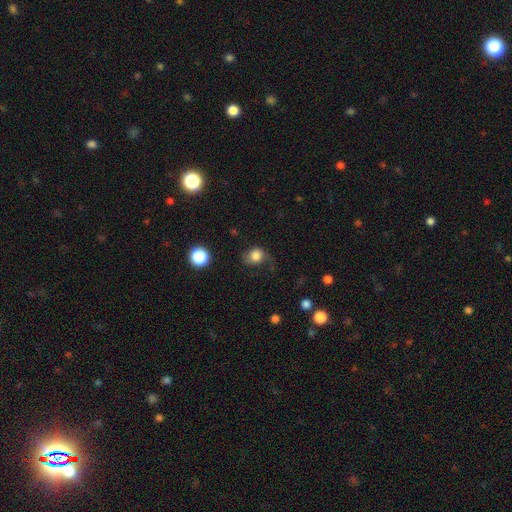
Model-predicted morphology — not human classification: Smooth or featured: smooth — 73% (featured or disk — 16%)
How rounded: round — 70% (in between — 29%)
Merging: none — 47% (minor disturbance — 27%)